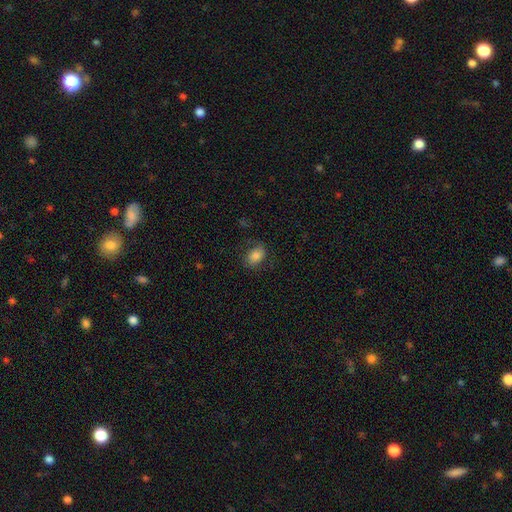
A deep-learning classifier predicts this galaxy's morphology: A smooth galaxy with no disk features (78%) that is in between round and cigar-shaped (79%).

Vote fractions:
- Smooth or featured? smooth: 78% / featured or disk: 13% / star or artifact: 9%
- How rounded? in between: 79% / round: 19% / cigar-shaped: 1%
- Merging? none: 73% / minor disturbance: 18% / major disturbance: 8% / merger: 1%